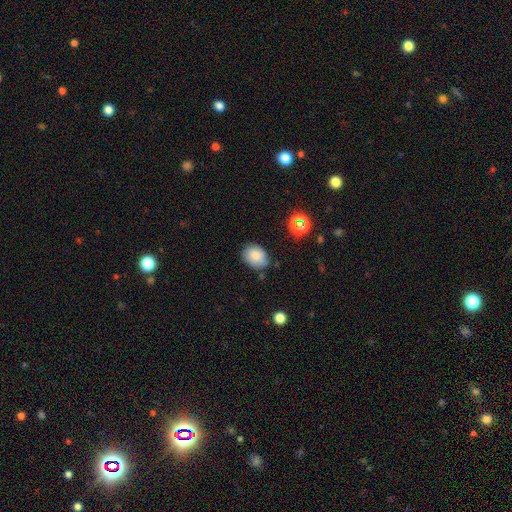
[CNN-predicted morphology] smooth_or_featured: smooth (p=0.82) [alt: star or artifact p=0.10]
how_rounded: in between (p=0.61) [alt: round p=0.39]
merging: none (p=0.70) [alt: minor disturbance p=0.23]